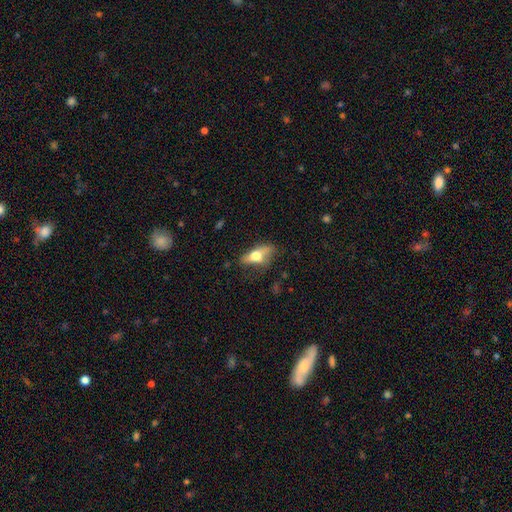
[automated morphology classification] This appears to be a smooth galaxy with no disk features (52%) that is in between round and cigar-shaped (65%). Merging: none (56%).